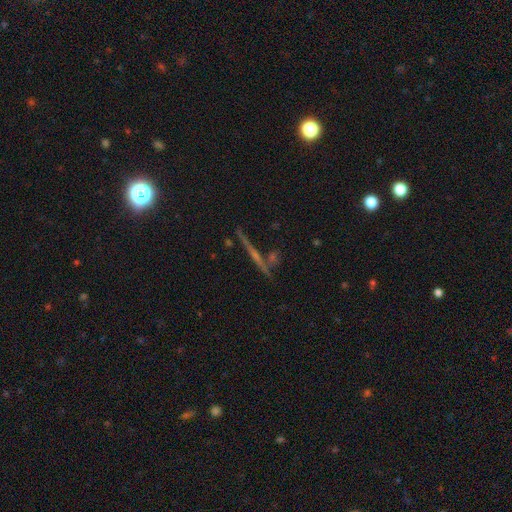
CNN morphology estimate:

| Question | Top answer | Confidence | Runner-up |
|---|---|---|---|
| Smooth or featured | featured or disk | 64% | smooth (20%) |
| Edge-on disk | yes | 93% | no (7%) |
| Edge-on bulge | none | 51% | rounded (38%) |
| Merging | none | 76% | minor disturbance (10%) |